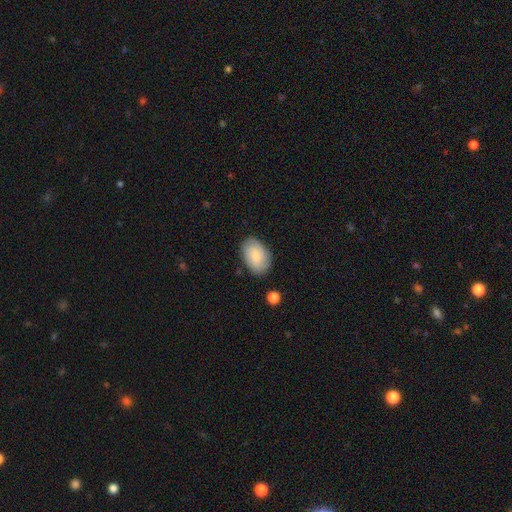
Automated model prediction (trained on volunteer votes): Q: Smooth or featured?
A: smooth (71%); runner-up: featured or disk (22%)
Q: How rounded?
A: in between (90%); runner-up: round (9%)
Q: Merging?
A: none (80%); runner-up: minor disturbance (15%)